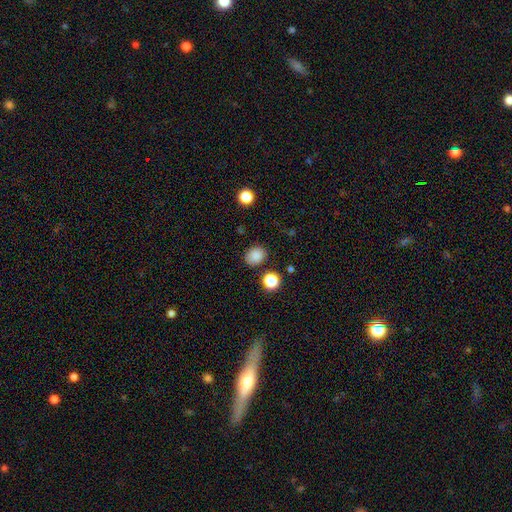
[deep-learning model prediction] The model was most divided on "how rounded": round: 54%, in between: 45%, cigar-shaped: 1%. More confident: smooth or featured — smooth (85%); merging — none (84%).